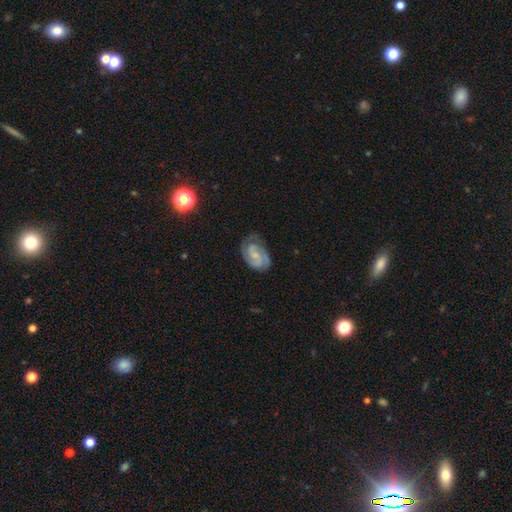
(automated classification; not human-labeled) This is clearly a featured or disk galaxy (80%). It is clearly not viewed edge-on (98%). Bar: possibly weak (46%). Spiral arm pattern: clearly yes (96%). Spiral arm count: likely 2 (72%). Spiral winding: possibly tight (45%). Central bulge: possibly small (56%). Merging: likely none (69%).